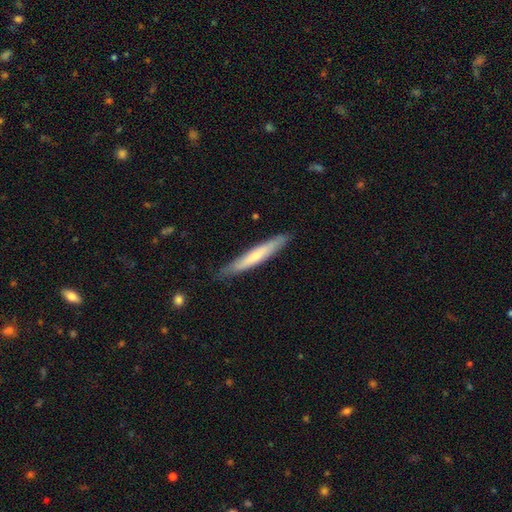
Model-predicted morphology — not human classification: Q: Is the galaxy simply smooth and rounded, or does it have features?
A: smooth — 56%.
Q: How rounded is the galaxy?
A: cigar-shaped — 94%.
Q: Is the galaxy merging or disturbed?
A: none — 85%.